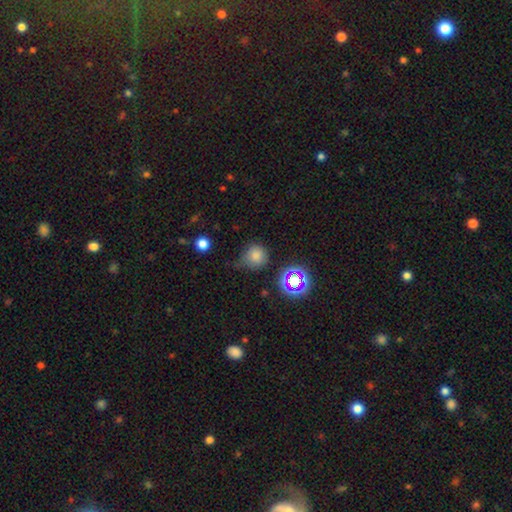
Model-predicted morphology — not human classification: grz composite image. It shows a smooth galaxy with no disk features (75%) that is round (88%). Merging: none (56%).